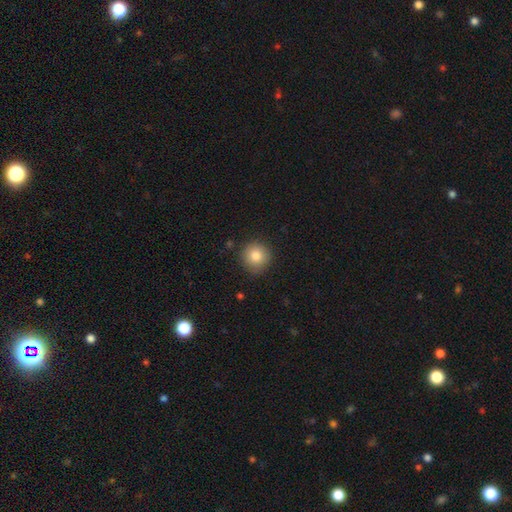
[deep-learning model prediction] This is clearly a smooth galaxy (83%). How rounded: clearly round (95%). Merging: clearly none (87%).